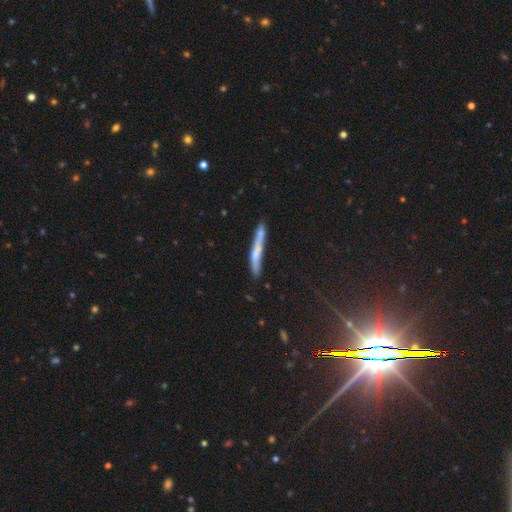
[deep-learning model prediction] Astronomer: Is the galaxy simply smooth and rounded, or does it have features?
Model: smooth — 50% (runner-up: featured or disk, 40%).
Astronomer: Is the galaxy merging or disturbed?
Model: none — 65%.